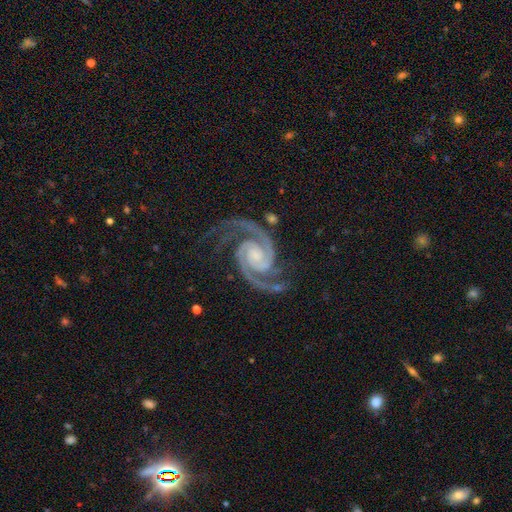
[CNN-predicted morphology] Q: Smooth or featured?
A: featured or disk (94%); runner-up: star or artifact (4%)
Q: Edge-on disk?
A: no (98%); runner-up: yes (2%)
Q: Bar?
A: no (56%); runner-up: weak (31%)
Q: Spiral arms?
A: yes (99%); runner-up: no (1%)
Q: Spiral winding?
A: medium (50%); runner-up: tight (43%)
Q: Spiral arm count?
A: 2 (91%); runner-up: 3 (4%)
Q: Bulge size?
A: small (50%); runner-up: moderate (30%)
Q: Merging?
A: none (76%); runner-up: minor disturbance (15%)